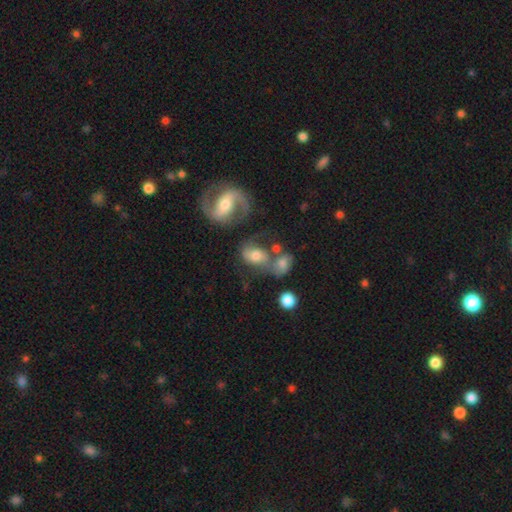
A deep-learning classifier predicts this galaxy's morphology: Smooth or featured: featured or disk — 51% (smooth — 39%)
Edge-on disk: no — 96% (yes — 4%)
Merging: merger — 39% (none — 32%)